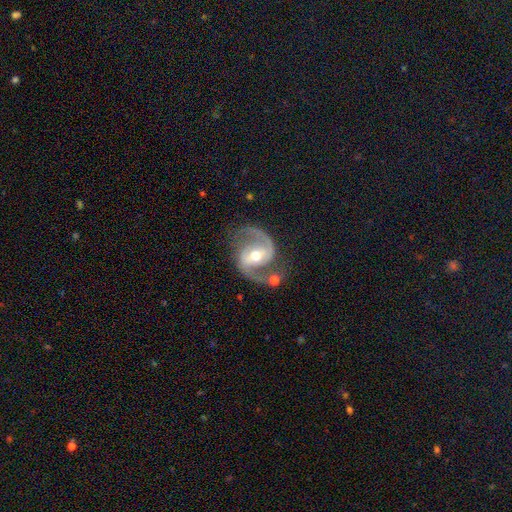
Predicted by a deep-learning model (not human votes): A featured or disk galaxy (91%) with a weak bar (42%), 2 (93%) medium (61%) spiral arms (97%) and a moderate central bulge (71%). Merging: none (72%).